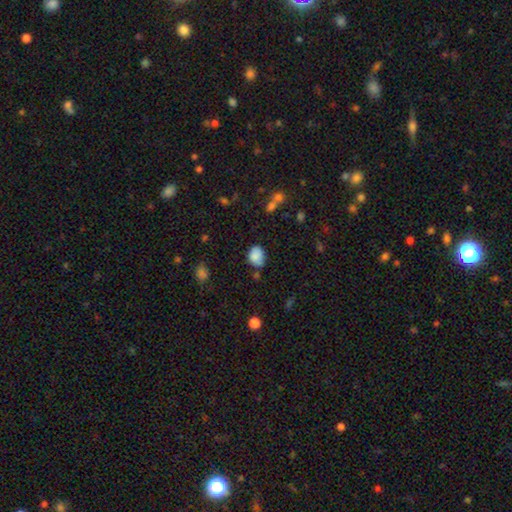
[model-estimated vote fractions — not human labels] smooth-or-featured: smooth: 84% | star or artifact: 9% | featured or disk: 7%
  how-rounded: in between: 56% | round: 43% | cigar-shaped: 1%
  merging: none: 63% | minor disturbance: 26% | merger: 6% | major disturbance: 5%